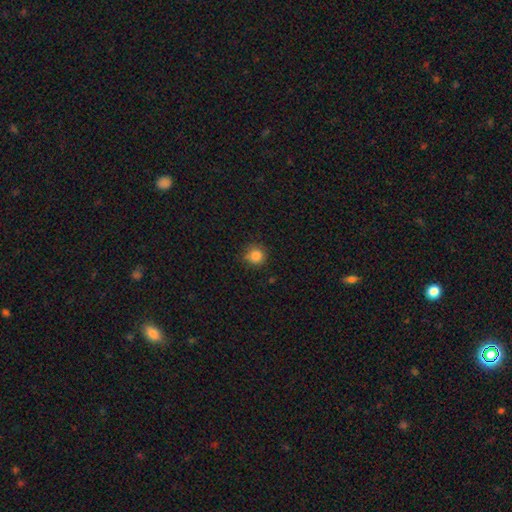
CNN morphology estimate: smooth_or_featured: smooth (p=0.85) [alt: star or artifact p=0.11]
how_rounded: round (p=0.92) [alt: in between p=0.07]
merging: none (p=0.82) [alt: minor disturbance p=0.14]